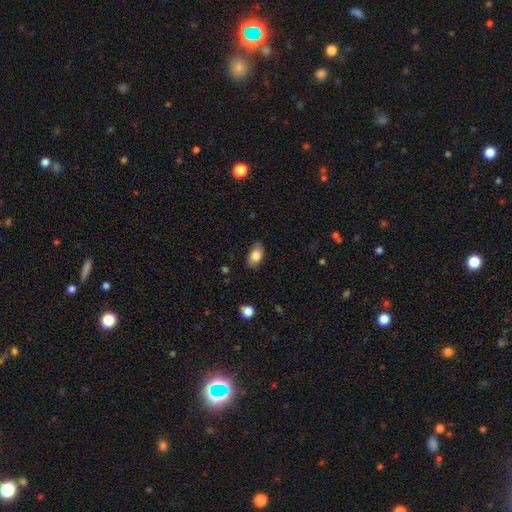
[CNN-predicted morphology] Smooth or featured? smooth (81%)
How rounded? in between (91%)
Merging? none (82%)